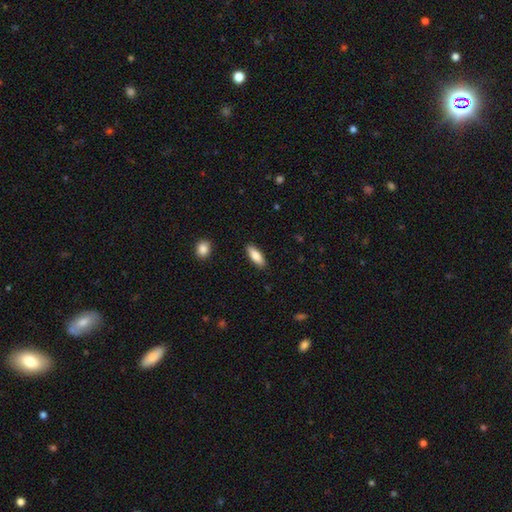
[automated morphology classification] A smooth galaxy with no disk features (81%) that is in between round and cigar-shaped (60%).

Vote fractions:
- Smooth or featured? smooth: 81% / featured or disk: 13% / star or artifact: 6%
- How rounded? in between: 60% / cigar-shaped: 38% / round: 2%
- Merging? none: 88% / minor disturbance: 8% / major disturbance: 2% / merger: 1%